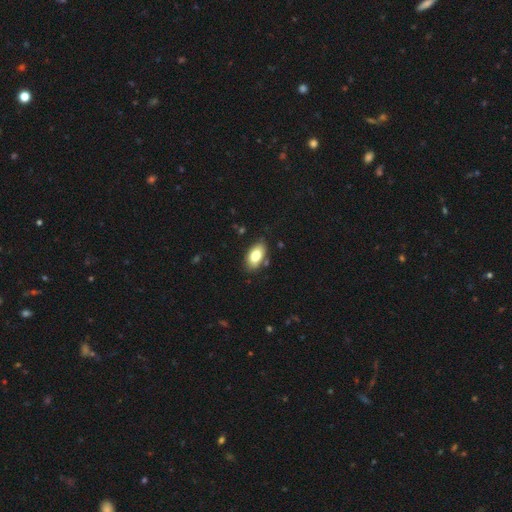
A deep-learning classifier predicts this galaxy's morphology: Smooth or featured? smooth (79%)
How rounded? in between (92%)
Merging? none (80%)